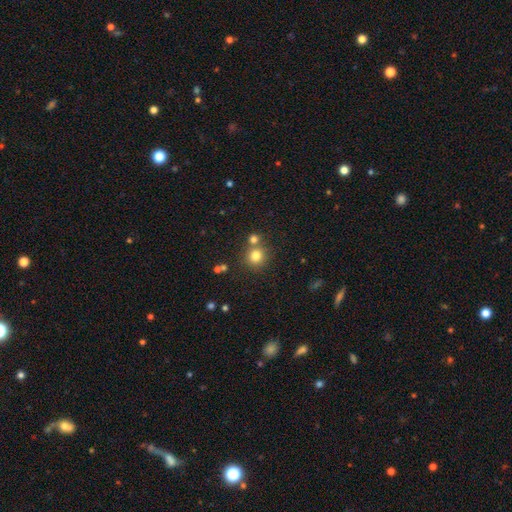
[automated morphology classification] This is likely a smooth galaxy (80%). How rounded: clearly round (91%). Merging: likely none (69%).